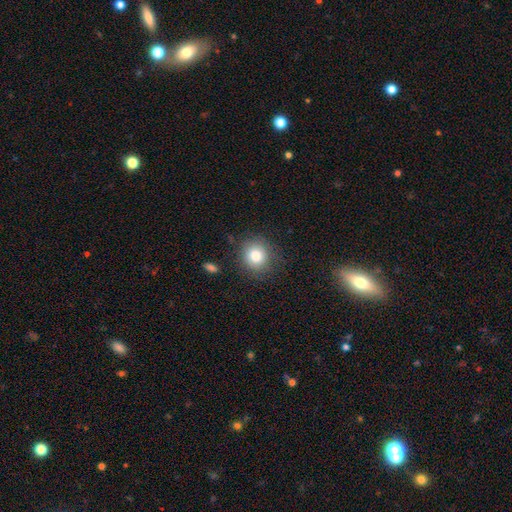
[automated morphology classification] The model was most divided on "merging": none: 81%, minor disturbance: 13%, major disturbance: 4%, merger: 2%. More confident: how rounded — round (85%); smooth or featured — smooth (82%).